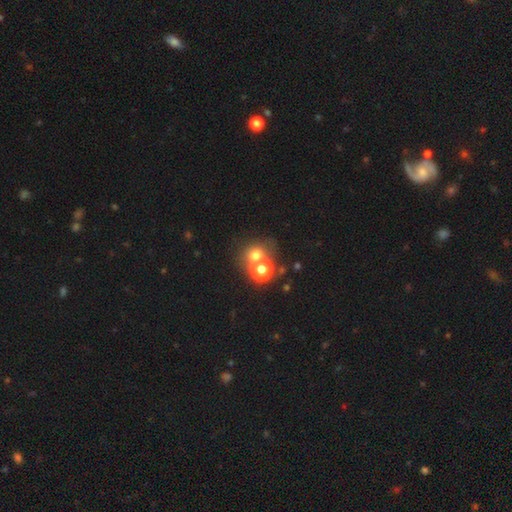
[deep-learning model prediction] smooth_or_featured: smooth (p=0.66) [alt: star or artifact p=0.23]
how_rounded: round (p=0.80) [alt: in between p=0.19]
merging: none (p=0.51) [alt: merger p=0.36]